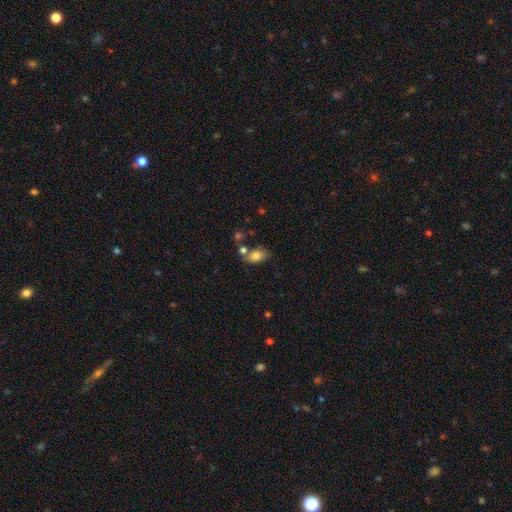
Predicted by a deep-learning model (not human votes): smooth 81%, featured or disk 10%, star or artifact 9%. Down the decision tree: how rounded — in between (89%); merging — none (59%).